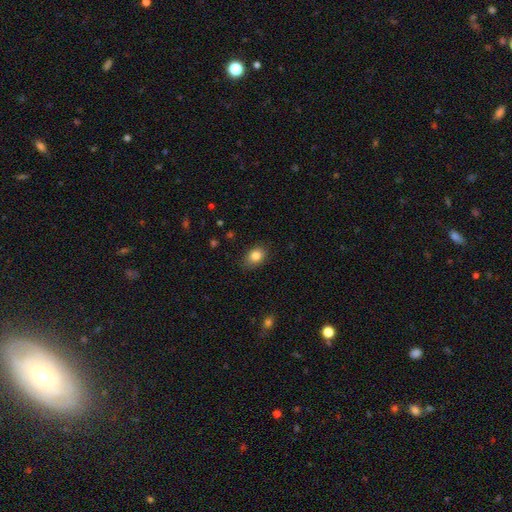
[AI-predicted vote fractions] Smooth or featured?
  - smooth: 84% *
  - star or artifact: 9%
  - featured or disk: 7%
How rounded?
  - in between: 70% *
  - round: 28%
  - cigar-shaped: 1%
Merging?
  - none: 81% *
  - minor disturbance: 15%
  - major disturbance: 3%
  - merger: 1%